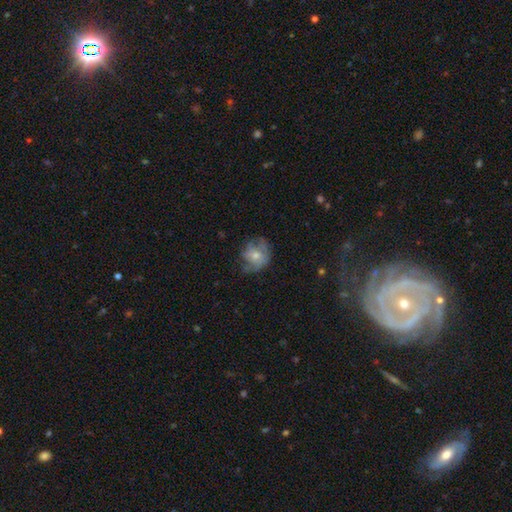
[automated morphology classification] Q: Smooth or featured?
A: smooth (51%); runner-up: featured or disk (39%)
Q: How rounded?
A: round (68%); runner-up: in between (31%)
Q: Merging?
A: none (52%); runner-up: minor disturbance (28%)